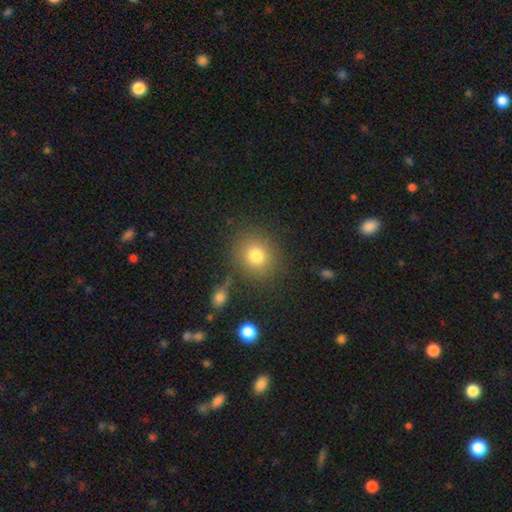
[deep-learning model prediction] This is likely a smooth galaxy (79%). How rounded: clearly round (82%). Merging: clearly none (82%).